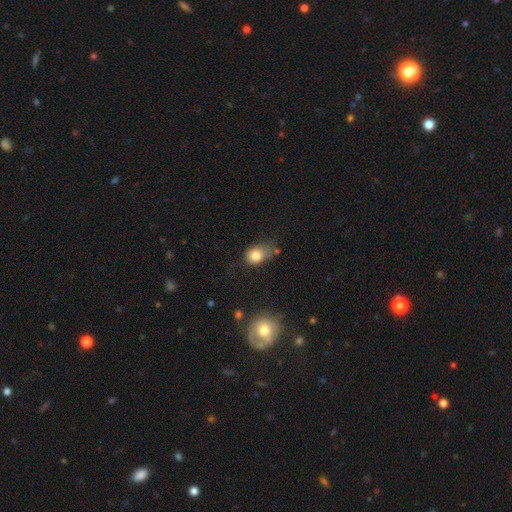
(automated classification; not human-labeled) Overall: smooth (80%). How rounded: in between (51%; round 47%). Merging: none (42%; minor disturbance 35%).